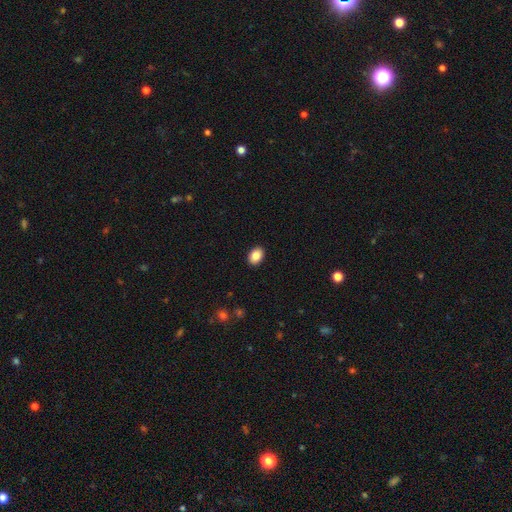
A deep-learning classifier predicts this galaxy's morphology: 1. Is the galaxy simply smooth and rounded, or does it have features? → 87% smooth, 8% star or artifact, 5% featured or disk.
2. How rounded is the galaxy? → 75% in between, 24% round, 1% cigar-shaped.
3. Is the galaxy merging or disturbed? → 91% none, 6% minor disturbance, 2% major disturbance, 1% merger.